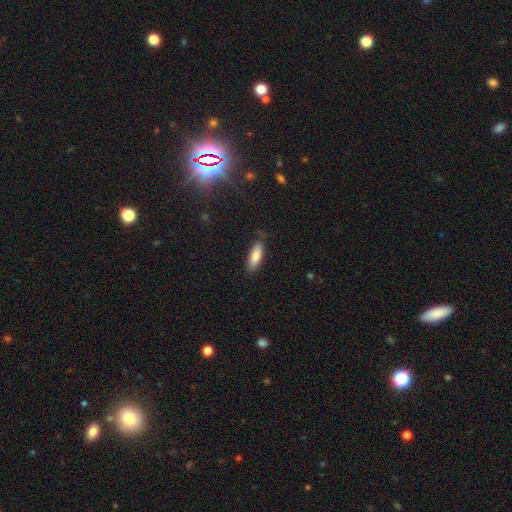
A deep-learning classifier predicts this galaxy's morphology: This is clearly a smooth galaxy (81%). How rounded: likely in between (61%). Merging: likely none (75%).